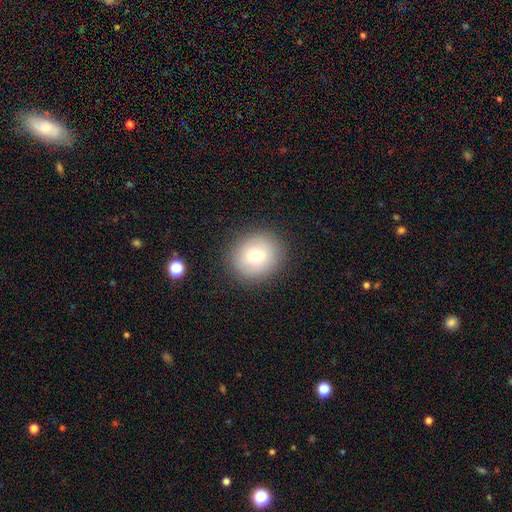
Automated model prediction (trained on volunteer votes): Smooth or featured? smooth (69%)
How rounded? round (80%)
Merging? none (87%)